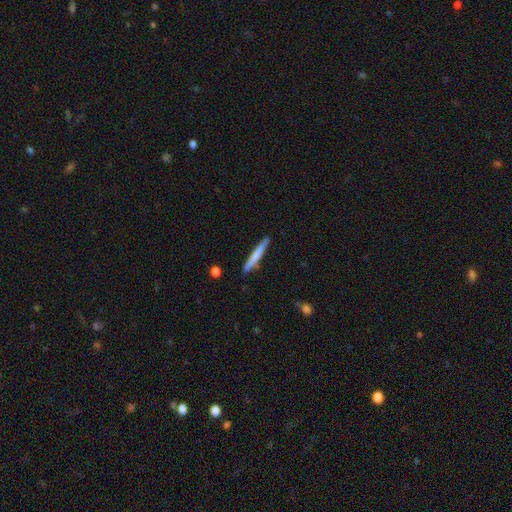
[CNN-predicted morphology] A smooth galaxy with no disk features (66%) that is cigar-shaped (96%).

Vote fractions:
- Smooth or featured? smooth: 66% / featured or disk: 28% / star or artifact: 5%
- How rounded? cigar-shaped: 96% / in between: 3% / round: 1%
- Merging? none: 88% / minor disturbance: 9% / merger: 2% / major disturbance: 2%